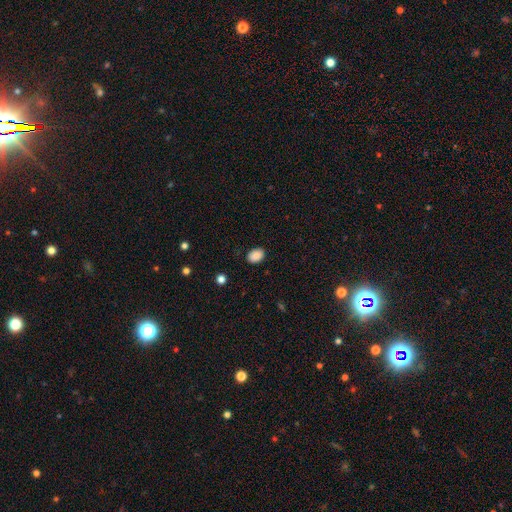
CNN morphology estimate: smooth-or-featured: smooth: 88% | star or artifact: 8% | featured or disk: 3%
  how-rounded: in between: 77% | round: 23% | cigar-shaped: 1%
  merging: none: 86% | minor disturbance: 10% | major disturbance: 2% | merger: 1%